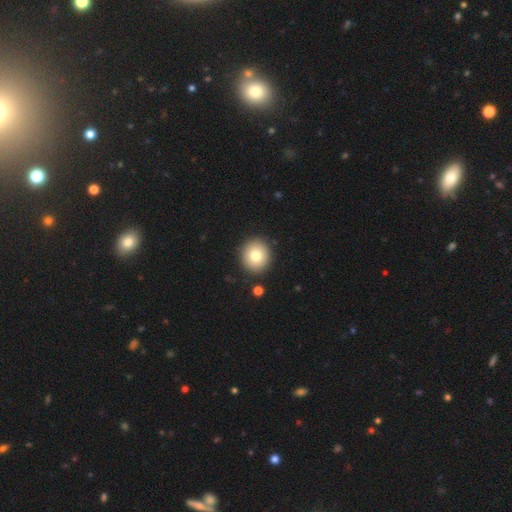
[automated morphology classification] Smooth or featured? Predicted: smooth (p=0.79). How rounded? Predicted: round (p=0.86). Merging? Predicted: none (p=0.90).